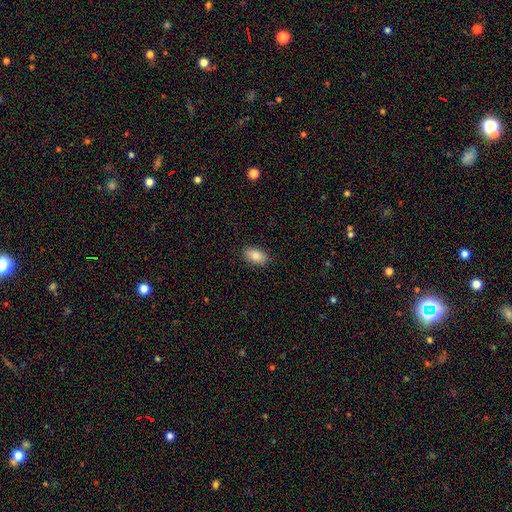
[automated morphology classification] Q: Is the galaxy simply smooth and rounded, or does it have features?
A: smooth — 86%.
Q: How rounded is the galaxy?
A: in between — 93%.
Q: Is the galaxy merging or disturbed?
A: none — 89%.